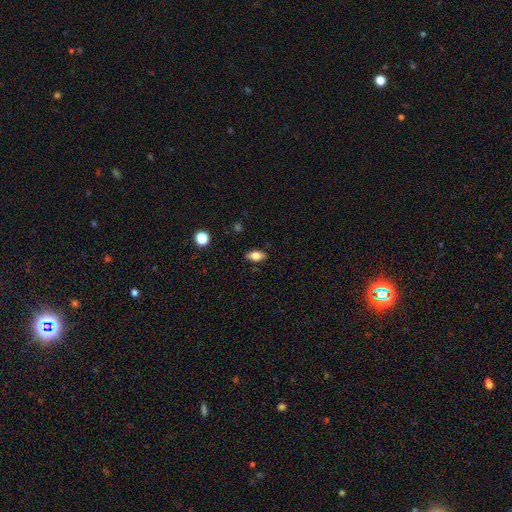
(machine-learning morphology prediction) Smooth or featured? smooth (80%)
How rounded? in between (89%)
Merging? none (87%)